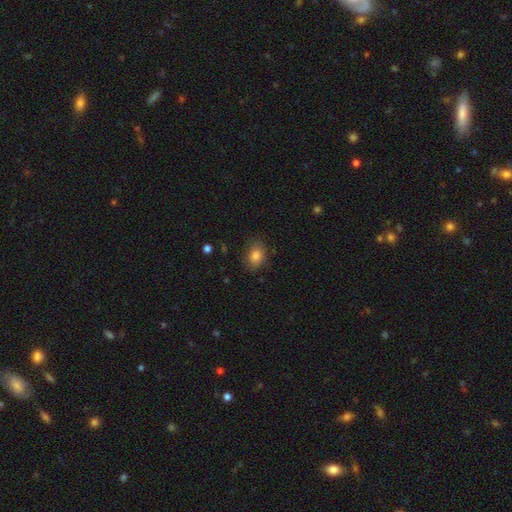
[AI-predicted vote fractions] Morphology: type=smooth (83%); roundness=in between (70%); merging=none (80%).